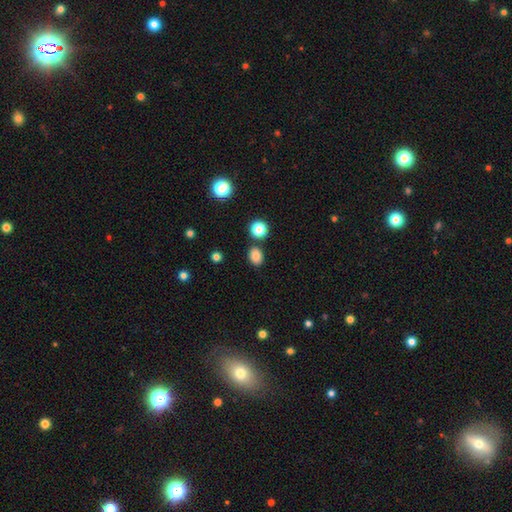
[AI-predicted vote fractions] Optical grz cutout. It shows a smooth galaxy with no disk features (83%) that is in between round and cigar-shaped (60%). Merging: none (80%).